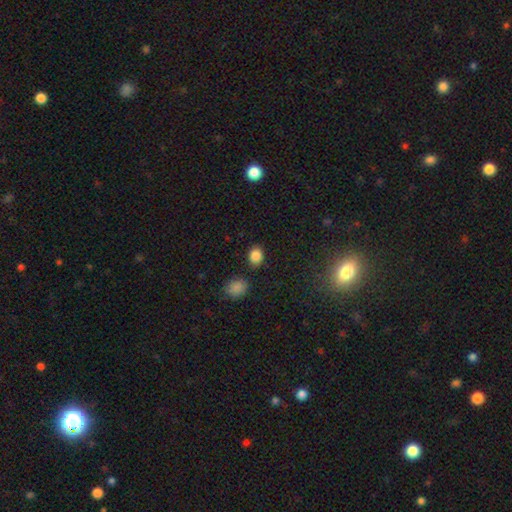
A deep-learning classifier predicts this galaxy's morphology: Smooth or featured: smooth — 85% (star or artifact — 11%)
How rounded: in between — 51% (round — 48%)
Merging: none — 83% (minor disturbance — 10%)